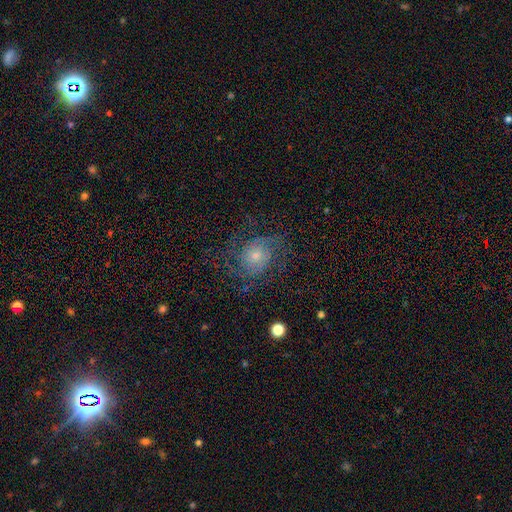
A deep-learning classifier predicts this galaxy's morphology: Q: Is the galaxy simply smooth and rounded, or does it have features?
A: featured or disk — 75%.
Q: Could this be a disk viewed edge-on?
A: no — 97%.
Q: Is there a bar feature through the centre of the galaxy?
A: no — 76%.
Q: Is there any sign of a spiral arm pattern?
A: yes — 93%.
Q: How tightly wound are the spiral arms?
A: medium — 44%.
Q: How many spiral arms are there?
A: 2 — 46%.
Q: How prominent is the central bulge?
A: small — 49%.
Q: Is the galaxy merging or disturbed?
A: none — 70%.